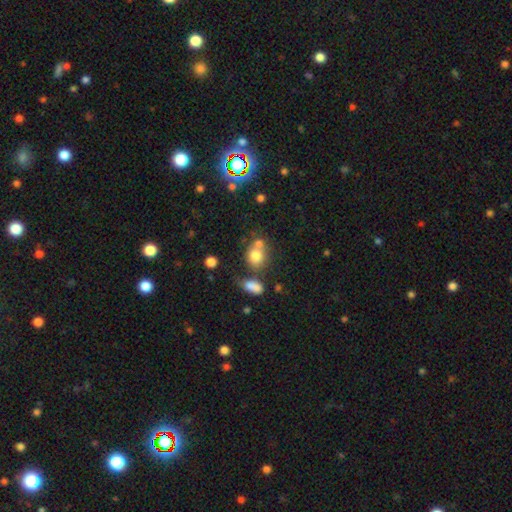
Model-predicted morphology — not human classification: smooth-or-featured: smooth: 76% | star or artifact: 12% | featured or disk: 12%
  how-rounded: round: 73% | in between: 26% | cigar-shaped: 1%
  merging: none: 48% | merger: 34% | minor disturbance: 13% | major disturbance: 6%